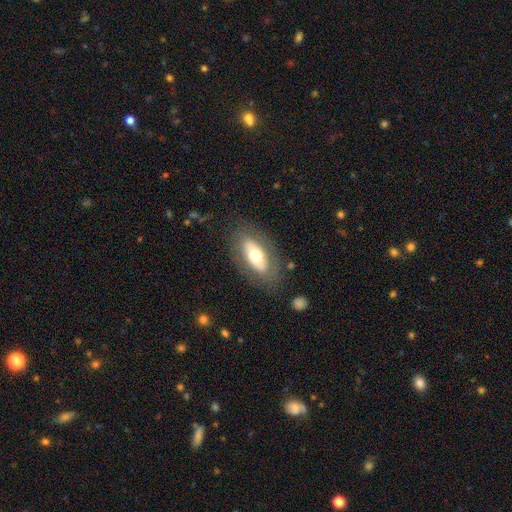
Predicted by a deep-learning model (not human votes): Smooth or featured?
  - smooth: 52% *
  - featured or disk: 41%
  - star or artifact: 7%
How rounded?
  - in between: 89% *
  - cigar-shaped: 7%
  - round: 4%
Merging?
  - none: 79% *
  - minor disturbance: 13%
  - major disturbance: 6%
  - merger: 2%